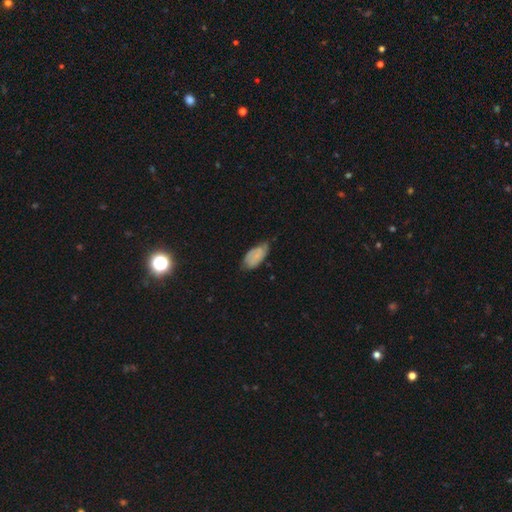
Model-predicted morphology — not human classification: This is possibly a smooth galaxy (60%). How rounded: clearly in between (93%). Merging: possibly none (58%).